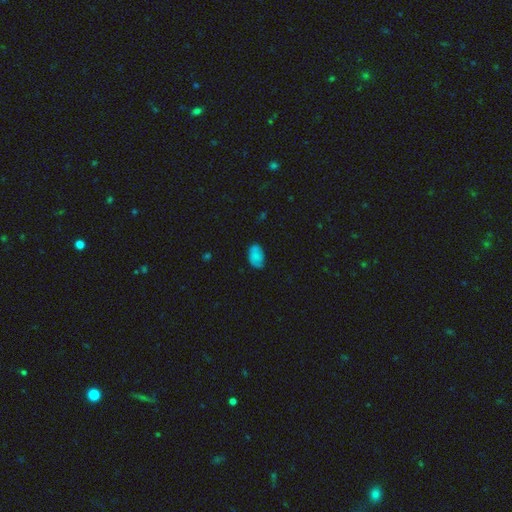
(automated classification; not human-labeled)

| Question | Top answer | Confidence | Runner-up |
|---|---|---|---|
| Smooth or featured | smooth | 78% | featured or disk (12%) |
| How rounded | in between | 90% | round (8%) |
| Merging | none | 71% | minor disturbance (22%) |